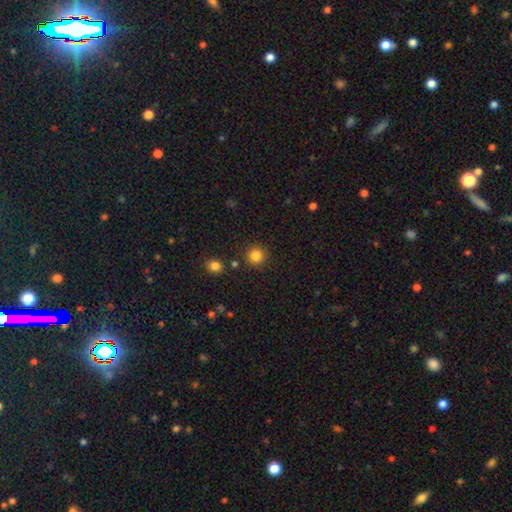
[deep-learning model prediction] This is clearly a smooth galaxy (84%). How rounded: clearly round (94%). Merging: clearly none (88%).